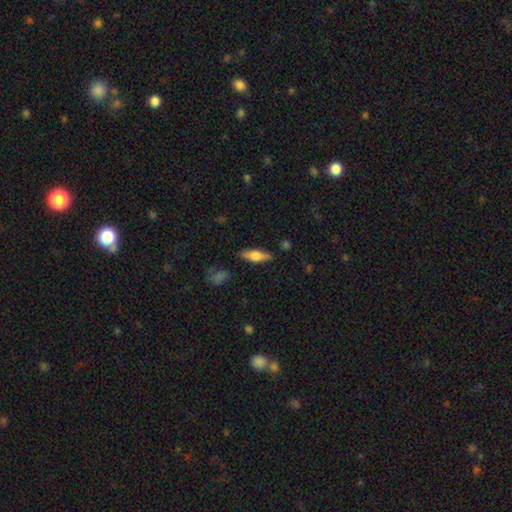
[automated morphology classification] Smooth or featured? Predicted: smooth (p=0.58). How rounded? Predicted: cigar-shaped (p=0.52). Merging? Predicted: none (p=0.86).